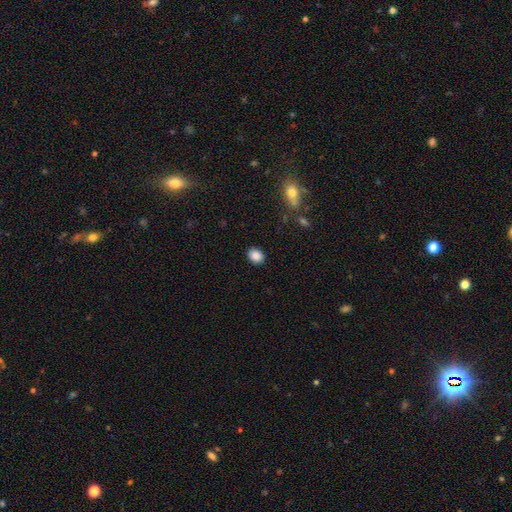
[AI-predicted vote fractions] smooth_or_featured: smooth (p=0.88) [alt: star or artifact p=0.09]
how_rounded: in between (p=0.54) [alt: round p=0.45]
merging: none (p=0.89) [alt: minor disturbance p=0.07]